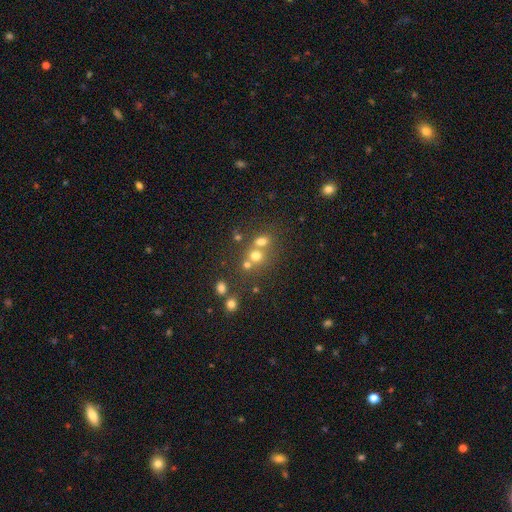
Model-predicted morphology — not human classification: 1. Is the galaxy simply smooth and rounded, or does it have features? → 65% smooth, 20% star or artifact, 14% featured or disk.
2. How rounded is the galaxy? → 74% round, 25% in between, 1% cigar-shaped.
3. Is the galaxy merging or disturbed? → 48% merger, 41% none, 7% minor disturbance, 4% major disturbance.